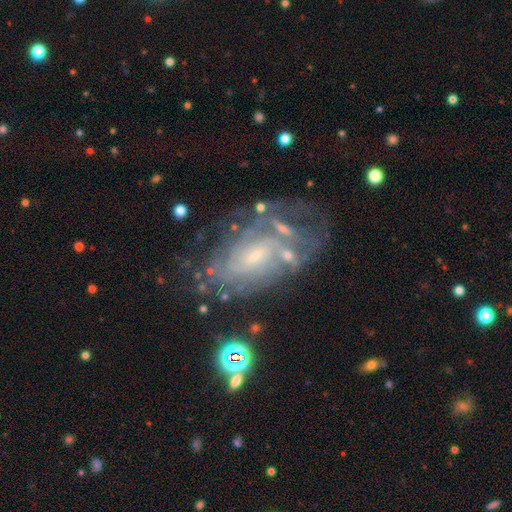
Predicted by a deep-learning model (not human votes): This is likely a featured or disk galaxy (76%). It is clearly not viewed edge-on (94%). Bar: possibly no (57%). Spiral arm pattern: likely yes (79%). Spiral arm count: likely can't tell (60%). Spiral winding: possibly tight (57%). Central bulge: likely small (63%). Merging: possibly none (56%).